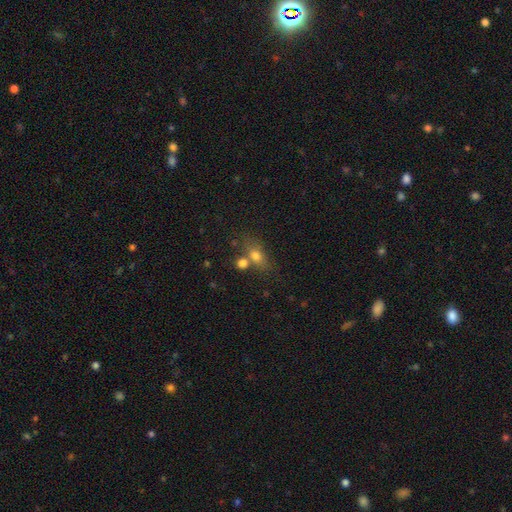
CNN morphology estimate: Smooth or featured? smooth (74%)
How rounded? in between (66%)
Merging? none (49%)